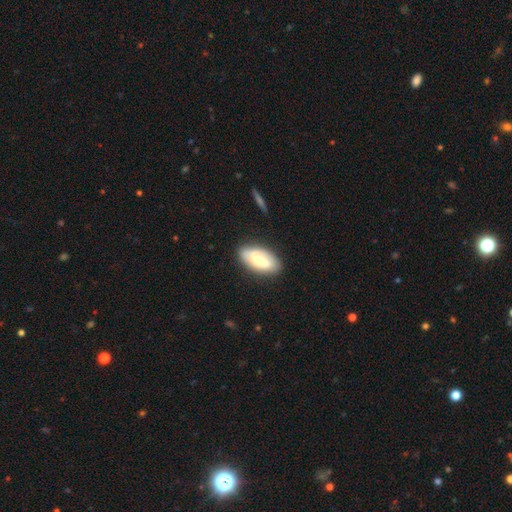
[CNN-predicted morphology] smooth-or-featured: smooth: 55% | featured or disk: 38% | star or artifact: 6%
  how-rounded: in between: 86% | cigar-shaped: 11% | round: 3%
  merging: none: 79% | minor disturbance: 15% | major disturbance: 4% | merger: 2%